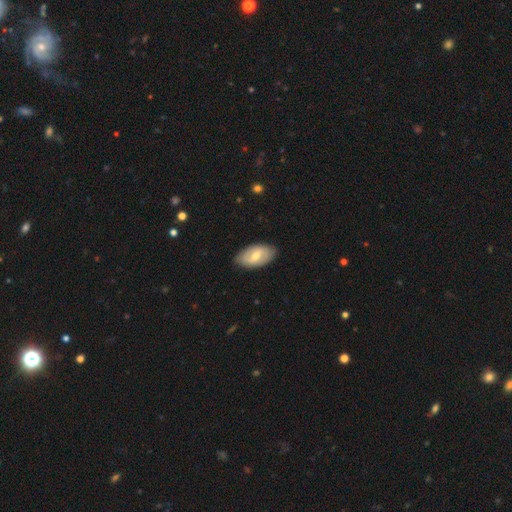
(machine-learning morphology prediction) Smooth or featured?
  - smooth: 49% *
  - featured or disk: 46%
  - star or artifact: 5%
Merging?
  - none: 84% *
  - minor disturbance: 13%
  - major disturbance: 2%
  - merger: 1%